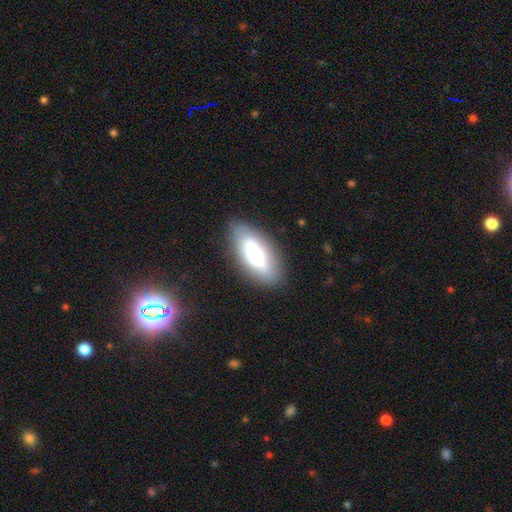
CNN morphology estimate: The model was most divided on "smooth or featured": smooth: 57%, featured or disk: 35%, star or artifact: 8%. More confident: merging — none (83%); how rounded — in between (79%).